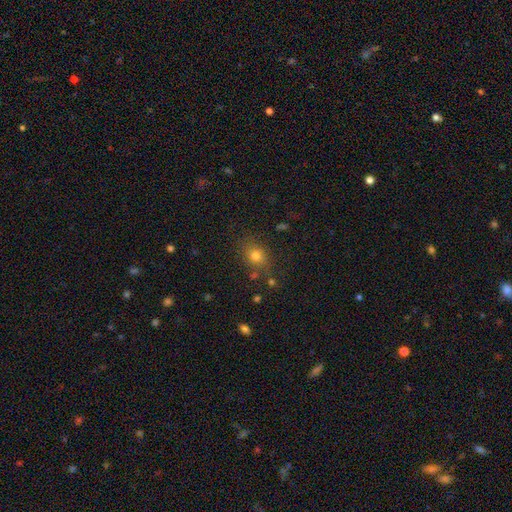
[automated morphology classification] smooth_or_featured: smooth (p=0.74) [alt: star or artifact p=0.17]
how_rounded: round (p=0.60) [alt: in between p=0.38]
merging: none (p=0.78) [alt: minor disturbance p=0.13]